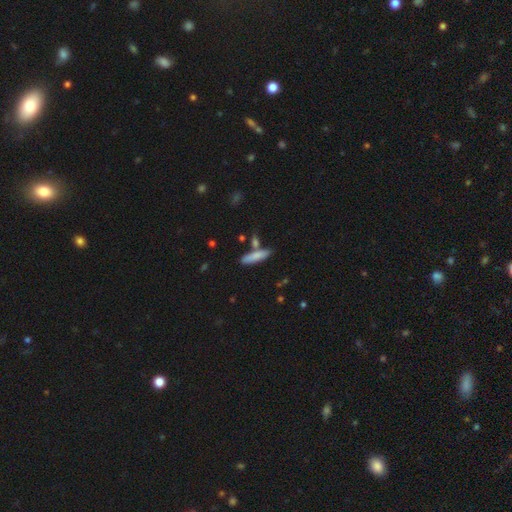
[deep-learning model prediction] Overall: smooth (80%). How rounded: cigar-shaped (73%). Merging: none (72%).